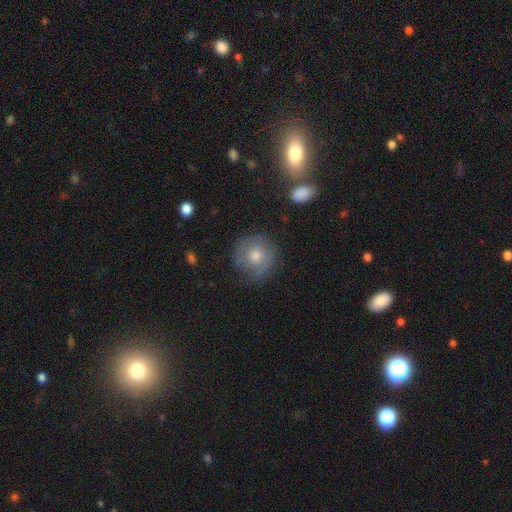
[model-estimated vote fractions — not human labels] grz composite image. It shows a smooth galaxy with no disk features (52%) that is round (90%). Merging: none (75%).